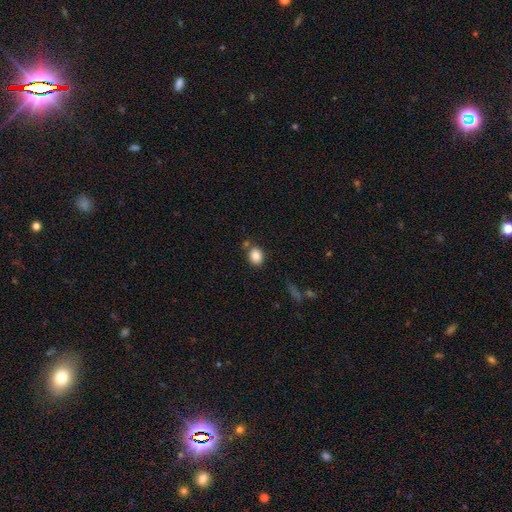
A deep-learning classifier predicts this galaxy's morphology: This appears to be a smooth galaxy with no disk features (85%) that is round (51%). Merging: none (73%).